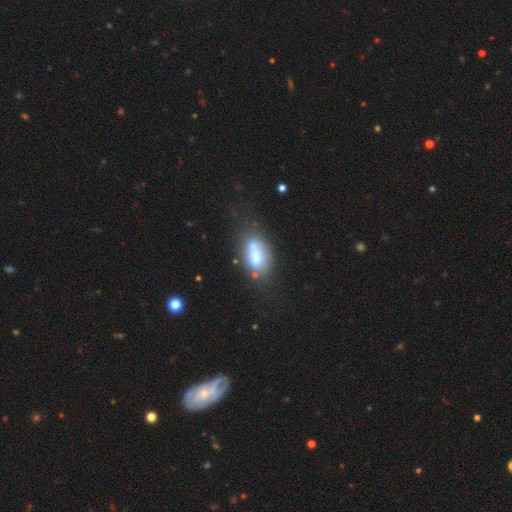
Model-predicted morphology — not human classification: A smooth galaxy with no disk features (61%) that is in between round and cigar-shaped (86%).

Vote fractions:
- Smooth or featured? smooth: 61% / featured or disk: 29% / star or artifact: 10%
- How rounded? in between: 86% / round: 8% / cigar-shaped: 6%
- Merging? none: 39% / merger: 27% / minor disturbance: 21% / major disturbance: 13%